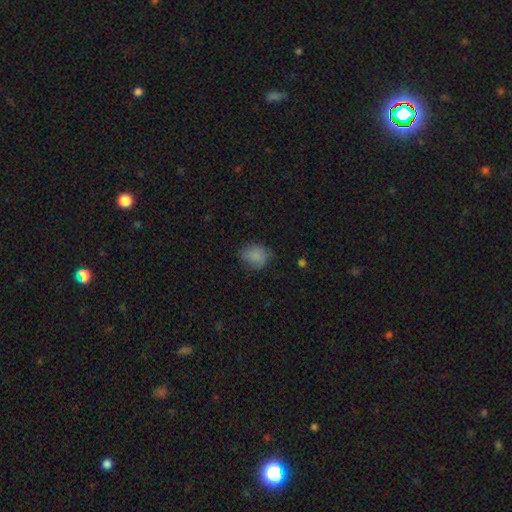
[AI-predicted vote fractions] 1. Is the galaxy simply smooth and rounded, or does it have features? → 82% smooth, 10% star or artifact, 8% featured or disk.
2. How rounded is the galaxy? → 66% round, 33% in between, 1% cigar-shaped.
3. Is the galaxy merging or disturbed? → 66% none, 25% minor disturbance, 7% major disturbance, 1% merger.